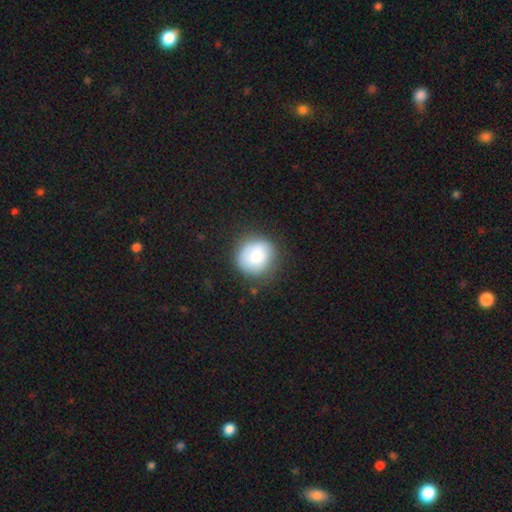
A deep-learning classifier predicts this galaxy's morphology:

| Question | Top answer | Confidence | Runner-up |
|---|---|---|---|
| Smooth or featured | smooth | 78% | featured or disk (15%) |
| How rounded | round | 90% | in between (9%) |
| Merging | none | 75% | minor disturbance (17%) |